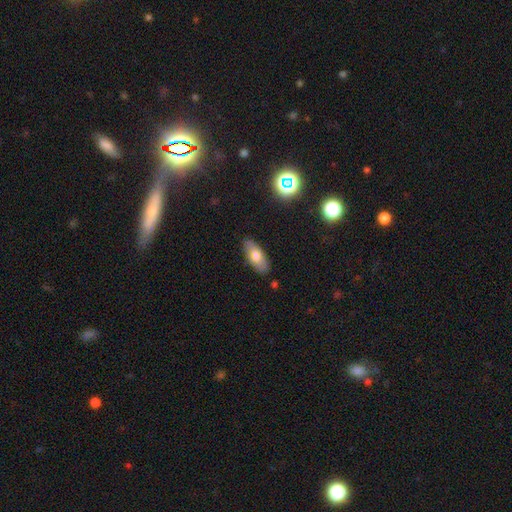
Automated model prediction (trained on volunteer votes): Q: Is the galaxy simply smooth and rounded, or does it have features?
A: smooth — 70%.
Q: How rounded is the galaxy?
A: in between — 84%.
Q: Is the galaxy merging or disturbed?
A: none — 85%.